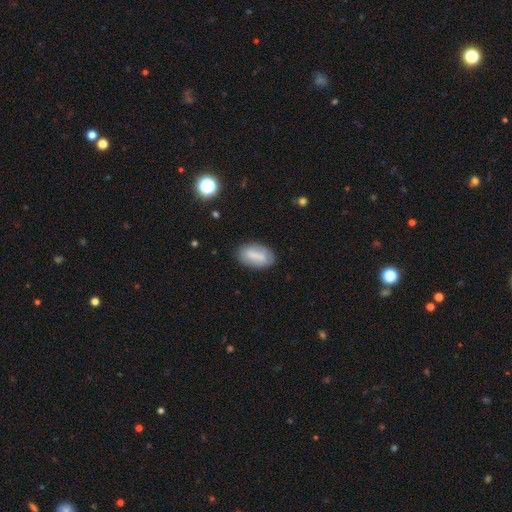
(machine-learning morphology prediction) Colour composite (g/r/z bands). It shows a smooth galaxy with no disk features (72%) that is in between round and cigar-shaped (91%). Merging: none (76%).